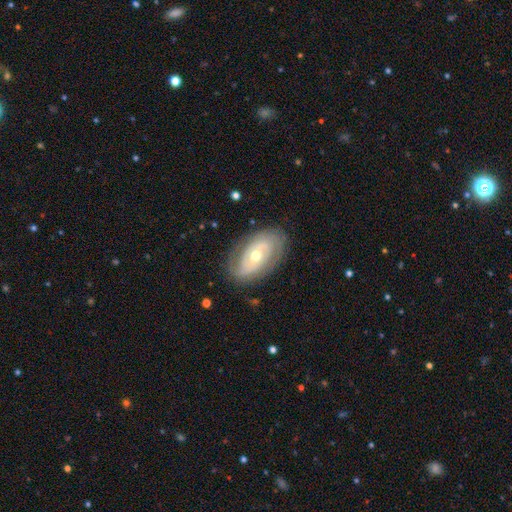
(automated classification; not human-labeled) Smooth or featured? Predicted: featured or disk (p=0.75). Edge-on disk? Predicted: no (p=0.94). Bar? Predicted: no (p=0.69). Spiral arms? Predicted: yes (p=0.76). Spiral winding? Predicted: tight (p=0.59). Spiral arm count? Predicted: 2 (p=0.57). Bulge size? Predicted: moderate (p=0.63). Merging? Predicted: none (p=0.78).